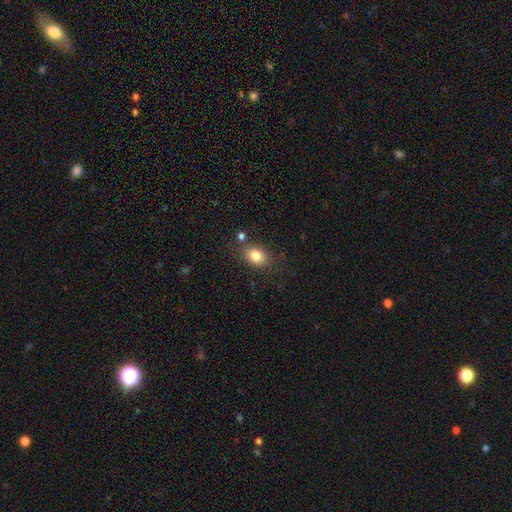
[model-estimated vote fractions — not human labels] smooth-or-featured: smooth: 83% | star or artifact: 10% | featured or disk: 8%
  how-rounded: in between: 63% | round: 36% | cigar-shaped: 1%
  merging: none: 74% | minor disturbance: 13% | merger: 8% | major disturbance: 4%